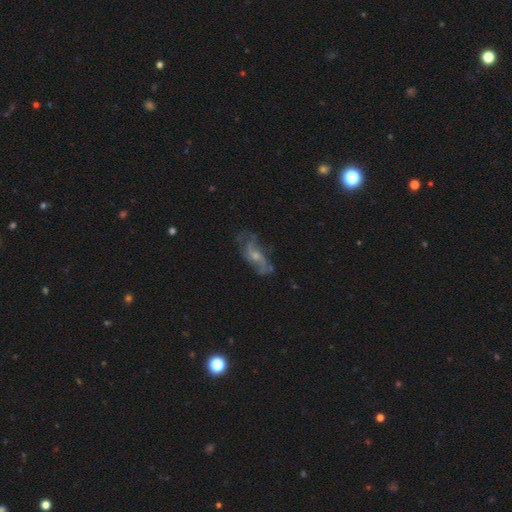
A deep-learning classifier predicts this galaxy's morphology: The model was most divided on "bulge size": small: 47%, moderate: 43%, none: 6%, large: 3%, dominant: 1%. Remaining: edge-on disk — no (89%); spiral arms — yes (82%); smooth or featured — featured or disk (72%); bar — no (61%); spiral arm count — 2 (60%); merging — none (59%); spiral winding — loose (48%).